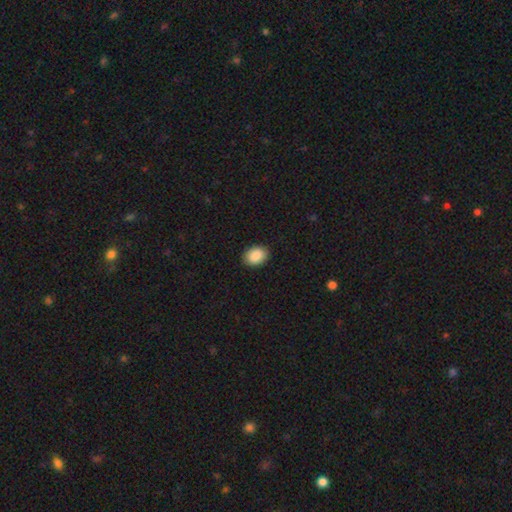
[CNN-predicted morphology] smooth-or-featured: smooth: 89% | star or artifact: 7% | featured or disk: 4%
  how-rounded: in between: 73% | round: 26% | cigar-shaped: 1%
  merging: none: 90% | minor disturbance: 7% | major disturbance: 2% | merger: 1%